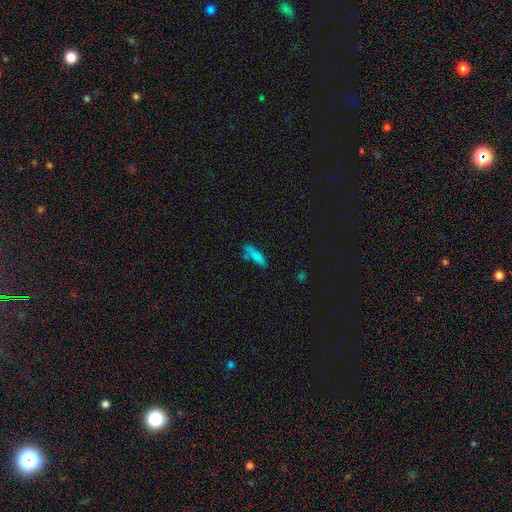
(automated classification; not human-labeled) Smooth or featured? Predicted: smooth (p=0.77). How rounded? Predicted: cigar-shaped (p=0.73). Merging? Predicted: none (p=0.67).